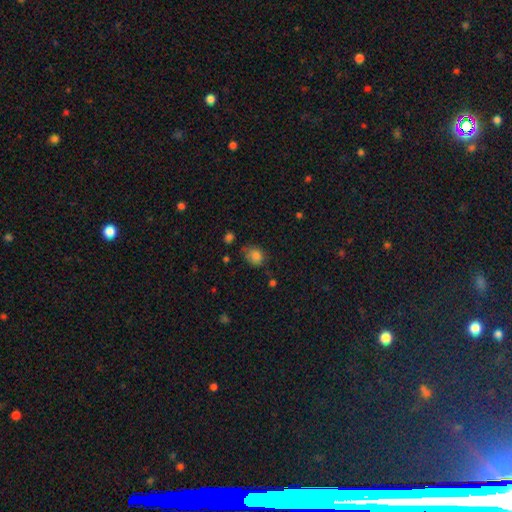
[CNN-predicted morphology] This is clearly a smooth galaxy (81%). How rounded: possibly in between (53%). Merging: possibly none (56%).